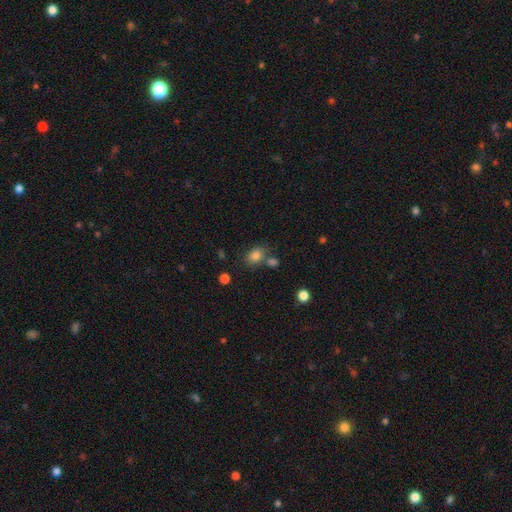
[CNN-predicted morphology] This is clearly a smooth galaxy (82%). How rounded: likely in between (62%). Merging: likely none (66%).